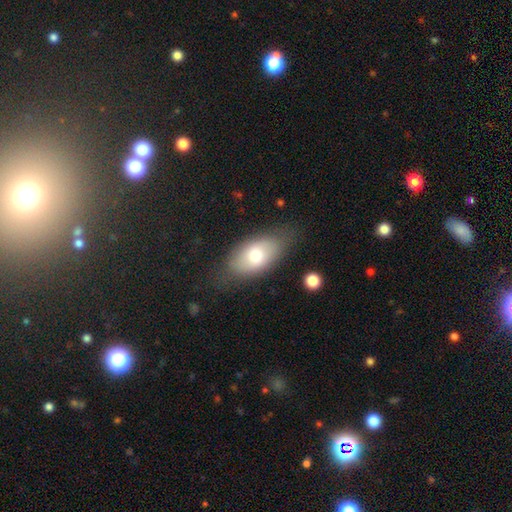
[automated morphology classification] Smooth or featured? smooth (73%)
How rounded? in between (90%)
Merging? none (71%)